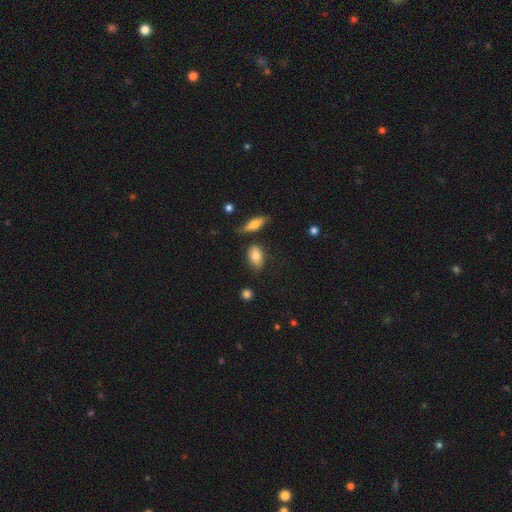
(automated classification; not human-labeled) Smooth or featured? smooth (79%)
How rounded? in between (82%)
Merging? none (64%)